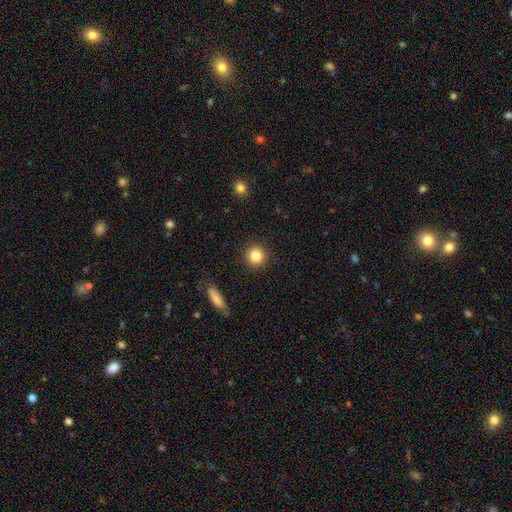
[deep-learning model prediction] Smooth or featured: smooth — 85% (star or artifact — 10%)
How rounded: round — 93% (in between — 6%)
Merging: none — 91% (minor disturbance — 6%)